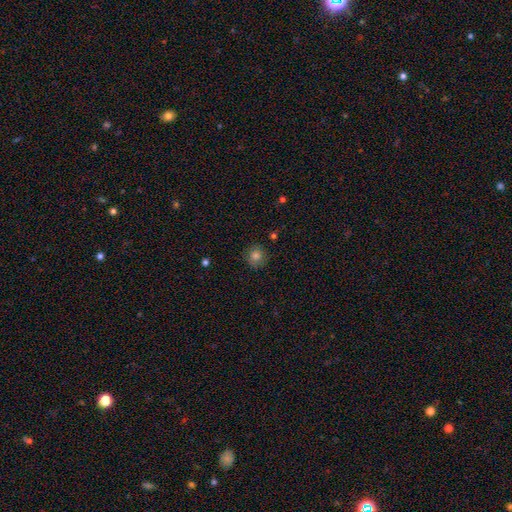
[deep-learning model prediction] This appears to be a smooth galaxy with no disk features (81%) that is round (88%). Merging: none (85%).